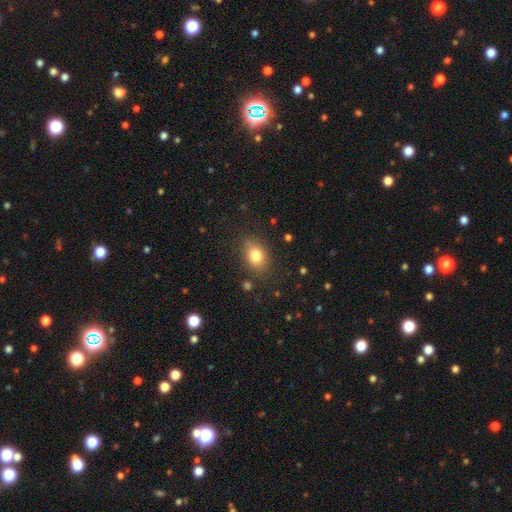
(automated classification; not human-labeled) Smooth or featured: smooth — 80% (star or artifact — 10%)
How rounded: in between — 71% (round — 27%)
Merging: none — 82% (minor disturbance — 12%)